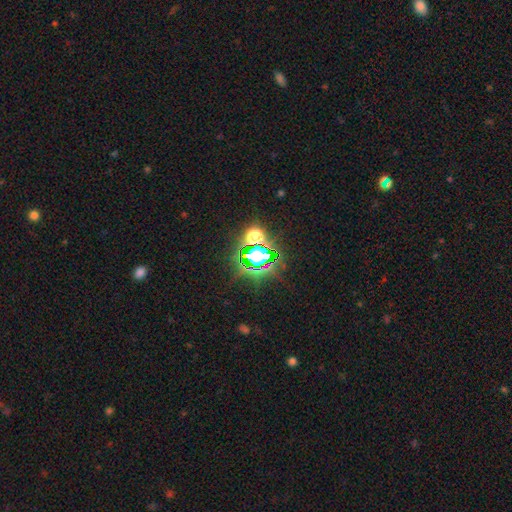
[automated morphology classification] A star or artifact, not a galaxy (73%).